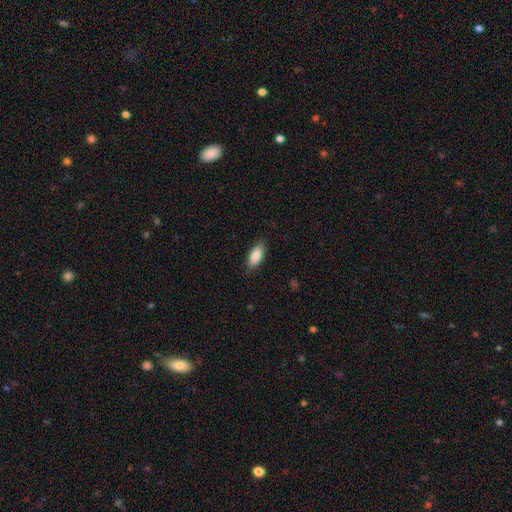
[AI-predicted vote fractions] Smooth or featured?
  - smooth: 86% *
  - featured or disk: 8%
  - star or artifact: 6%
How rounded?
  - in between: 82% *
  - cigar-shaped: 15%
  - round: 2%
Merging?
  - none: 84% *
  - minor disturbance: 13%
  - major disturbance: 3%
  - merger: 1%